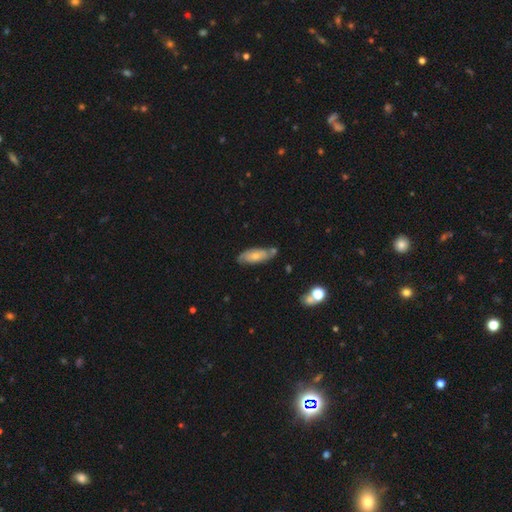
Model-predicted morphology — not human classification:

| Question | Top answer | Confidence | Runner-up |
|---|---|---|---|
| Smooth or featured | smooth | 53% | featured or disk (41%) |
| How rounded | in between | 73% | cigar-shaped (24%) |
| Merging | none | 61% | minor disturbance (23%) |